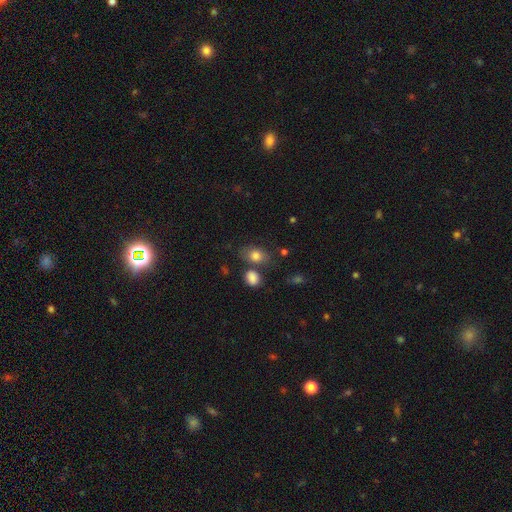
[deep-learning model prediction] This is clearly a smooth galaxy (81%). How rounded: likely in between (71%). Merging: likely none (62%).